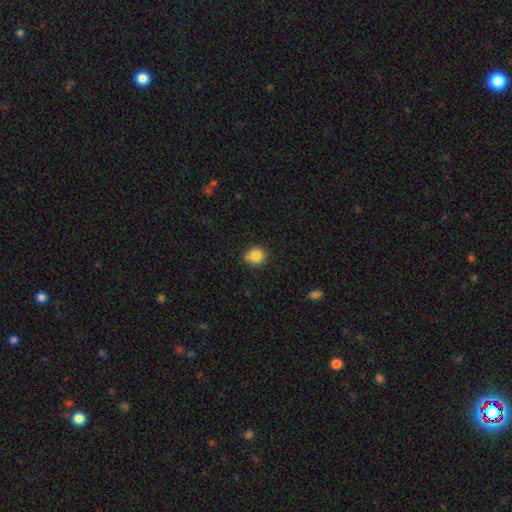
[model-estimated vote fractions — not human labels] Q: Smooth or featured?
A: smooth (84%); runner-up: star or artifact (10%)
Q: How rounded?
A: round (85%); runner-up: in between (14%)
Q: Merging?
A: none (73%); runner-up: minor disturbance (16%)